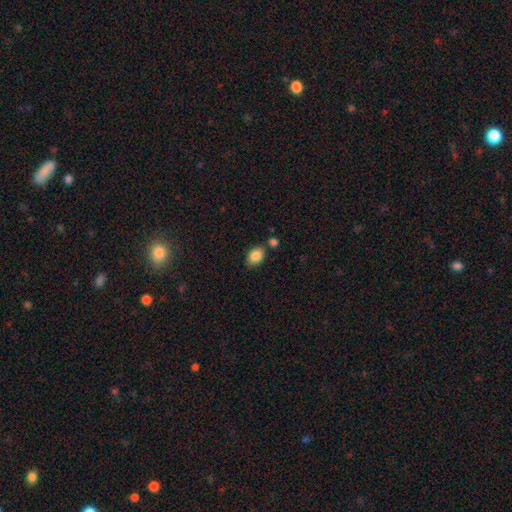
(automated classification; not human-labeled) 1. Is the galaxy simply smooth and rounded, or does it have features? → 86% smooth, 8% star or artifact, 5% featured or disk.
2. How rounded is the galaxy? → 72% in between, 27% round, 1% cigar-shaped.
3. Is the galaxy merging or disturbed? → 72% none, 14% minor disturbance, 11% merger, 3% major disturbance.